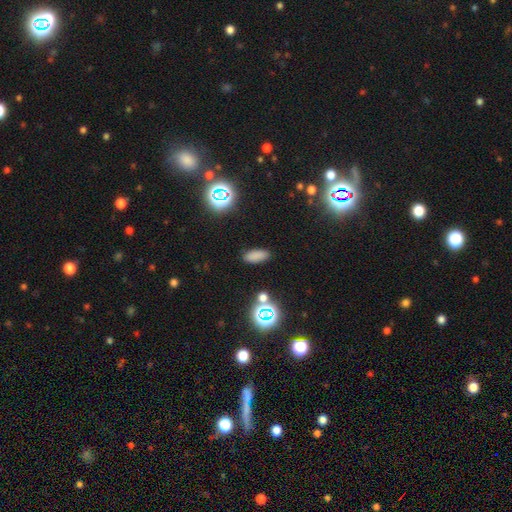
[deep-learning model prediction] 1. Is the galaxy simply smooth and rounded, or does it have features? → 76% smooth, 18% star or artifact, 6% featured or disk.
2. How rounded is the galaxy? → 82% in between, 14% cigar-shaped, 4% round.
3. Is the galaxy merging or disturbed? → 87% none, 8% minor disturbance, 3% major disturbance, 2% merger.